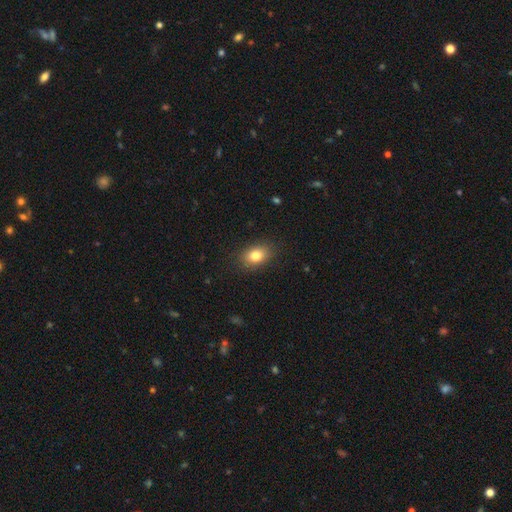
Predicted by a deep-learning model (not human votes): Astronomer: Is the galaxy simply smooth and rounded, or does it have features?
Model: smooth — 81%.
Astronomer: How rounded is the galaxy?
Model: in between — 75%.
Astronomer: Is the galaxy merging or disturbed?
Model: none — 86%.